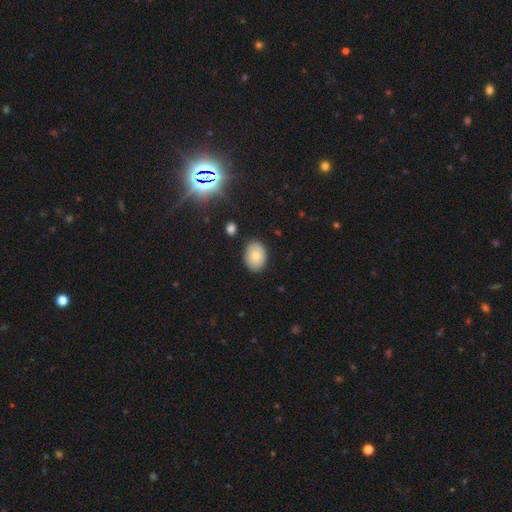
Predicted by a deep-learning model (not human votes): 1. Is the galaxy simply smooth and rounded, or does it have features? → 78% smooth, 14% featured or disk, 8% star or artifact.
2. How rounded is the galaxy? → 73% in between, 26% round, 1% cigar-shaped.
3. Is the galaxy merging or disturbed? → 85% none, 11% minor disturbance, 2% major disturbance, 2% merger.